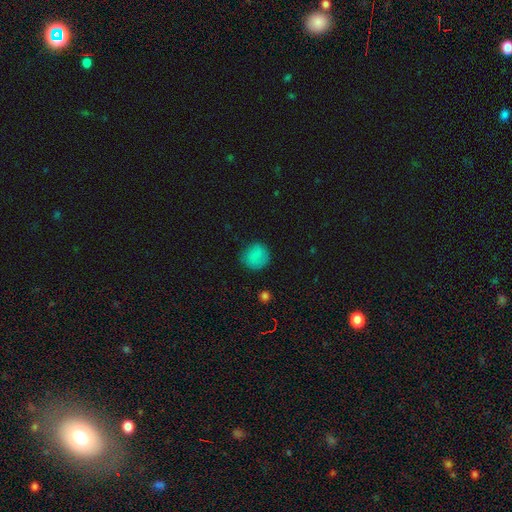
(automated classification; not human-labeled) Smooth or featured? smooth (83%)
How rounded? round (86%)
Merging? none (80%)